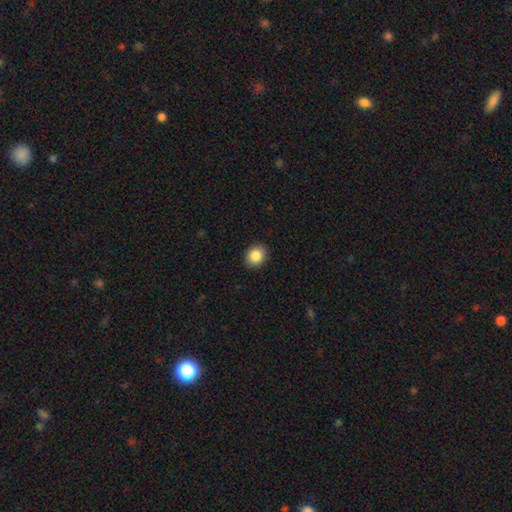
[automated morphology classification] Smooth or featured?
  - smooth: 87% *
  - star or artifact: 9%
  - featured or disk: 4%
How rounded?
  - round: 70% *
  - in between: 29%
  - cigar-shaped: 1%
Merging?
  - none: 91% *
  - minor disturbance: 6%
  - major disturbance: 2%
  - merger: 1%